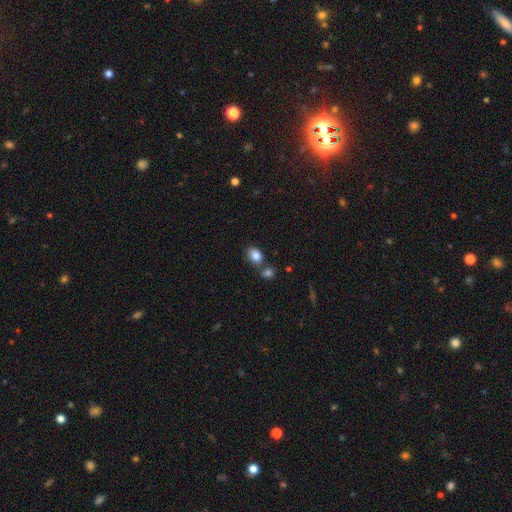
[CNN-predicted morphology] Smooth or featured? Predicted: smooth (p=0.85). How rounded? Predicted: in between (p=0.70). Merging? Predicted: none (p=0.60).